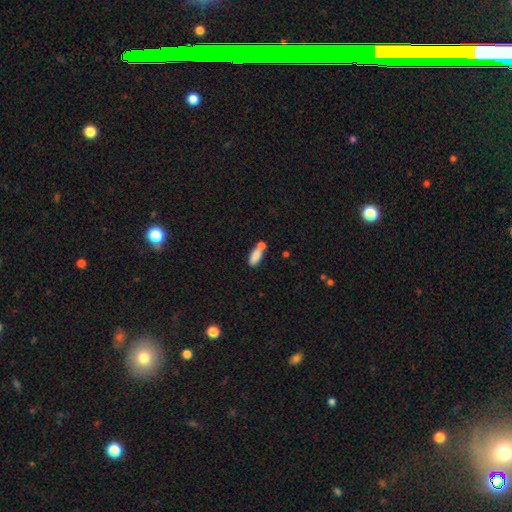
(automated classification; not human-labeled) This is clearly a smooth galaxy (83%). How rounded: clearly in between (84%). Merging: marginally none (41%, tied with merger).